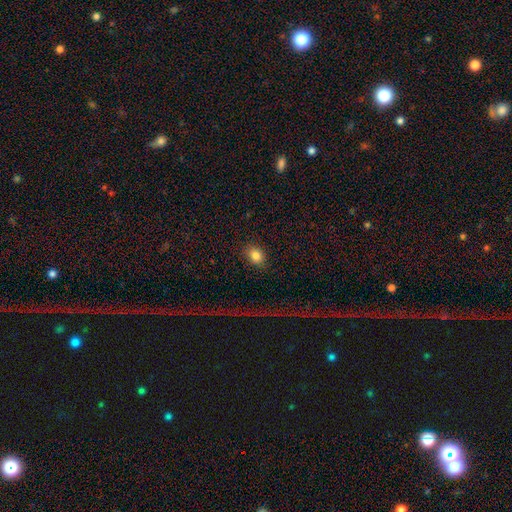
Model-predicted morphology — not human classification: Smooth or featured: smooth — 82% (star or artifact — 11%)
How rounded: in between — 56% (round — 43%)
Merging: none — 87% (minor disturbance — 9%)